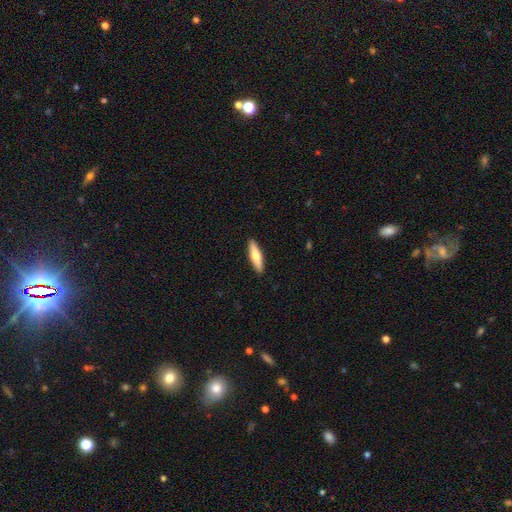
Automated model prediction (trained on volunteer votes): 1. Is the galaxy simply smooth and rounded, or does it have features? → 61% smooth, 34% featured or disk, 5% star or artifact.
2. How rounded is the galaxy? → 74% cigar-shaped, 24% in between, 2% round.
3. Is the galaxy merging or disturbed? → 91% none, 7% minor disturbance, 1% major disturbance, 1% merger.